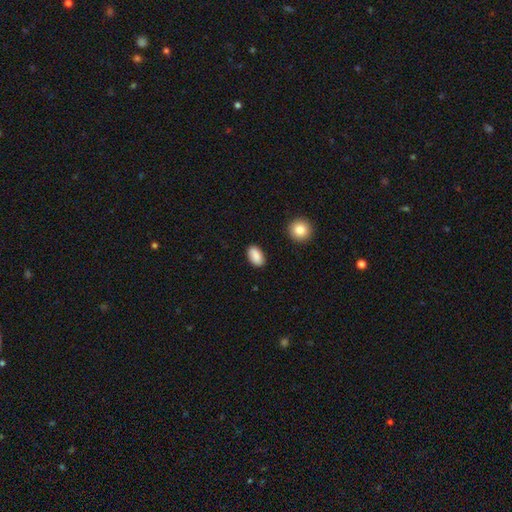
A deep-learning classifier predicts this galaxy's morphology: Smooth or featured? smooth (89%)
How rounded? in between (92%)
Merging? none (87%)